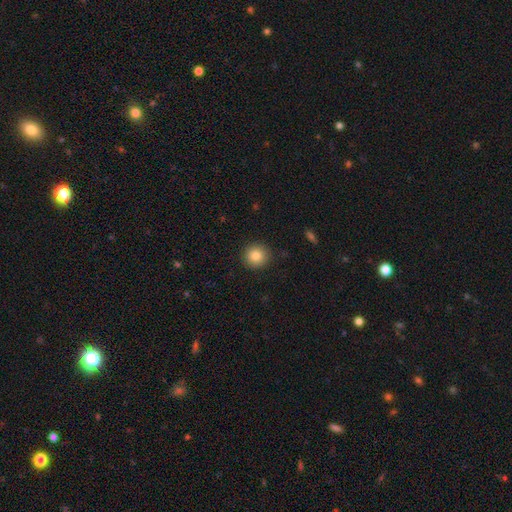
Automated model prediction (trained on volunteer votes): This is clearly a smooth galaxy (84%). How rounded: clearly round (94%). Merging: clearly none (91%).